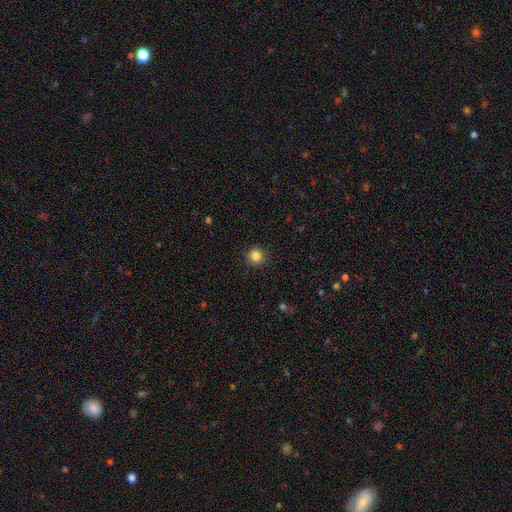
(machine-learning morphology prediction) Overall: smooth (84%). How rounded: round (95%). Merging: none (93%).